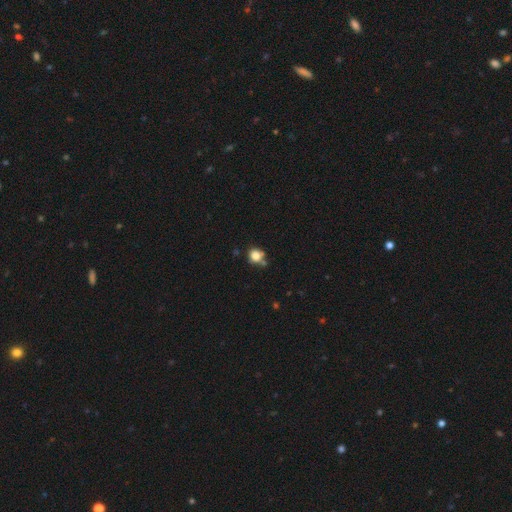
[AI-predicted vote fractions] Smooth or featured? smooth (80%)
How rounded? round (84%)
Merging? none (62%)